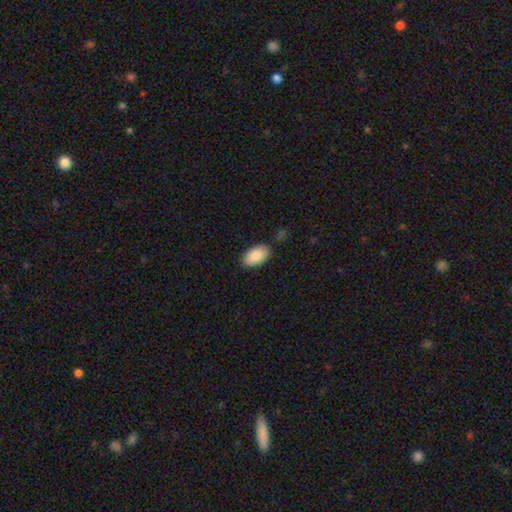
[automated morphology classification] Q: Smooth or featured?
A: smooth (89%); runner-up: star or artifact (6%)
Q: How rounded?
A: in between (95%); runner-up: round (4%)
Q: Merging?
A: none (85%); runner-up: minor disturbance (11%)